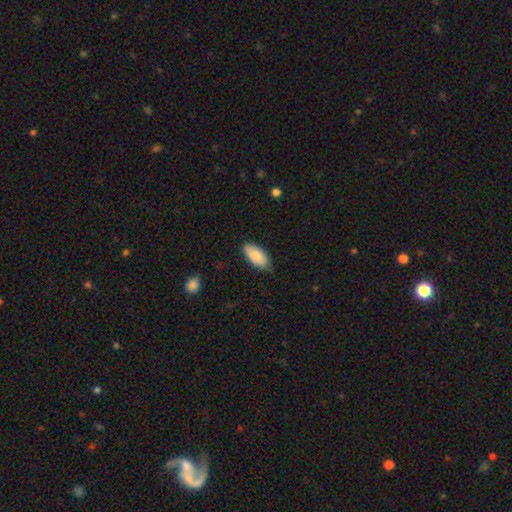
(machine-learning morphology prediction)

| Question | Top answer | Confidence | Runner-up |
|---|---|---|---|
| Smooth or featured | smooth | 87% | featured or disk (7%) |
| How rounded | in between | 90% | cigar-shaped (9%) |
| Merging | none | 84% | minor disturbance (13%) |